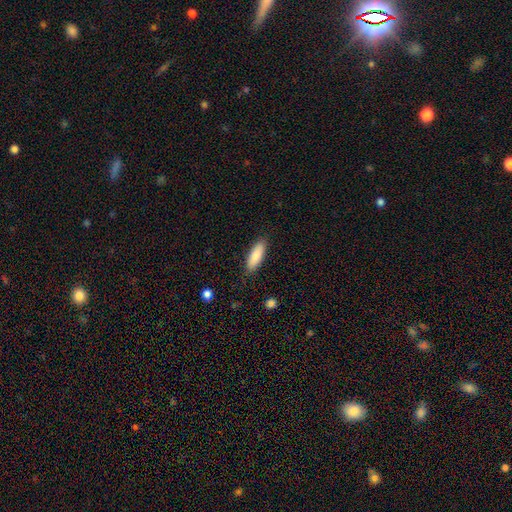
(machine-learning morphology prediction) smooth-or-featured: smooth: 85% | featured or disk: 9% | star or artifact: 6%
  how-rounded: in between: 56% | cigar-shaped: 43% | round: 2%
  merging: none: 88% | minor disturbance: 9% | major disturbance: 2% | merger: 1%